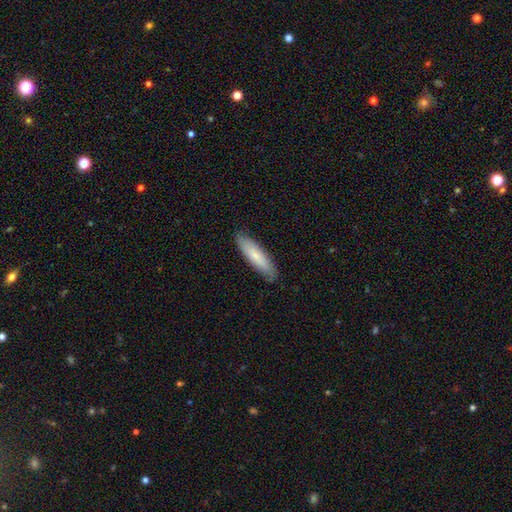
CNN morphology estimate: Overall: smooth (71%). How rounded: cigar-shaped (69%; in between 30%). Merging: none (84%).